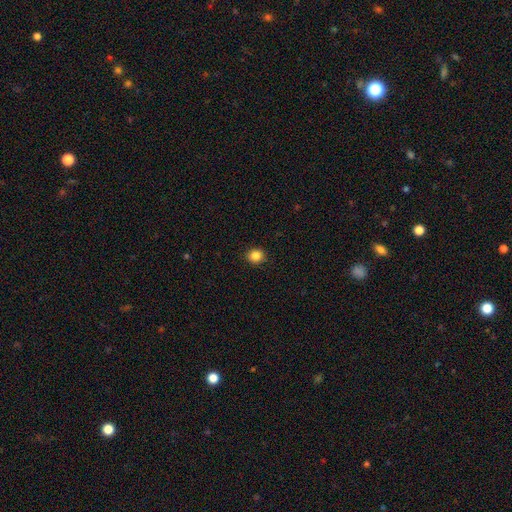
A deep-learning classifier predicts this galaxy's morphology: Smooth or featured?
  - smooth: 85% *
  - star or artifact: 11%
  - featured or disk: 4%
How rounded?
  - round: 81% *
  - in between: 18%
  - cigar-shaped: 1%
Merging?
  - none: 90% *
  - minor disturbance: 7%
  - major disturbance: 2%
  - merger: 1%